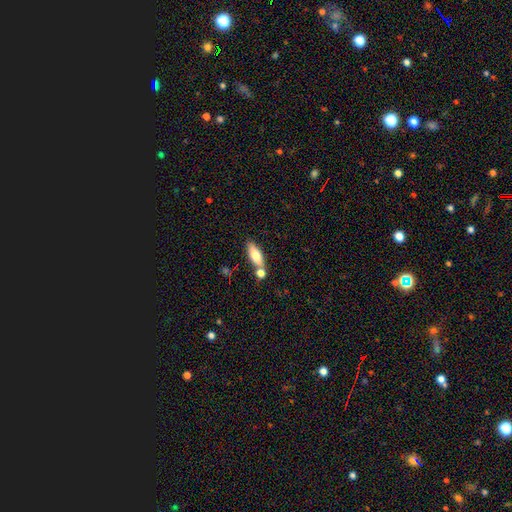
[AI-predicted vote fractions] Smooth or featured? Predicted: smooth (p=0.72). How rounded? Predicted: in between (p=0.64). Merging? Predicted: none (p=0.61).